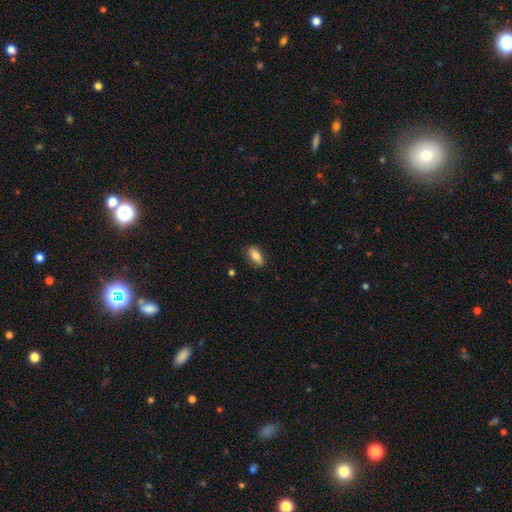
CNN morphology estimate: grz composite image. It shows a smooth galaxy with no disk features (81%) that is in between round and cigar-shaped (84%). Merging: none (81%).